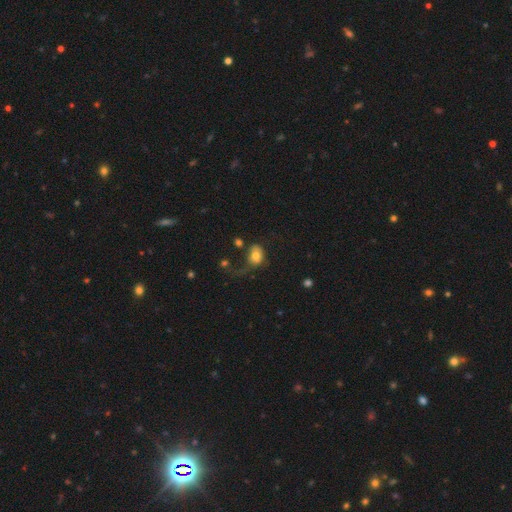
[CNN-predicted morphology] smooth_or_featured: smooth (p=0.70) [alt: featured or disk p=0.21]
how_rounded: in between (p=0.59) [alt: round p=0.40]
merging: major disturbance (p=0.47) [alt: none p=0.25]